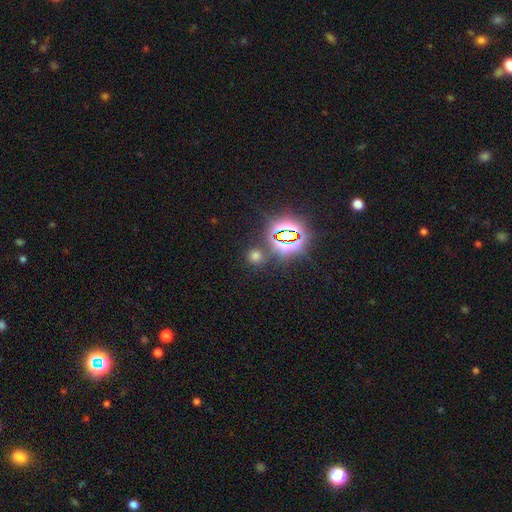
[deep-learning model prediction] Smooth or featured: smooth — 57% (star or artifact — 37%)
How rounded: round — 87% (in between — 12%)
Merging: none — 81% (minor disturbance — 8%)